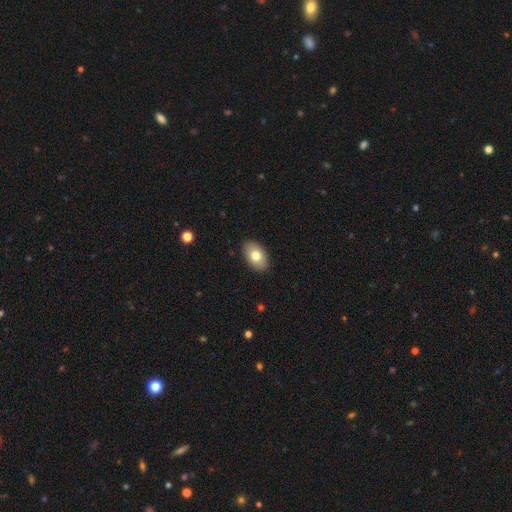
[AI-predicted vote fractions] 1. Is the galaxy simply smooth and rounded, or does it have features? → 77% smooth, 16% featured or disk, 7% star or artifact.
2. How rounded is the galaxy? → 90% in between, 9% round, 1% cigar-shaped.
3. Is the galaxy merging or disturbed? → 88% none, 9% minor disturbance, 2% major disturbance, 1% merger.